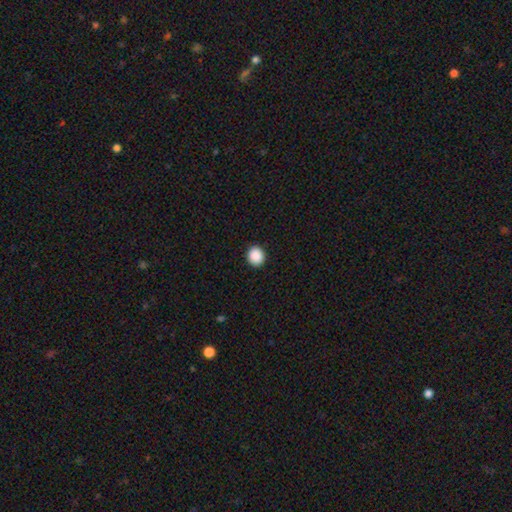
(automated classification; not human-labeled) Smooth or featured? smooth (90%)
How rounded? round (74%)
Merging? none (92%)